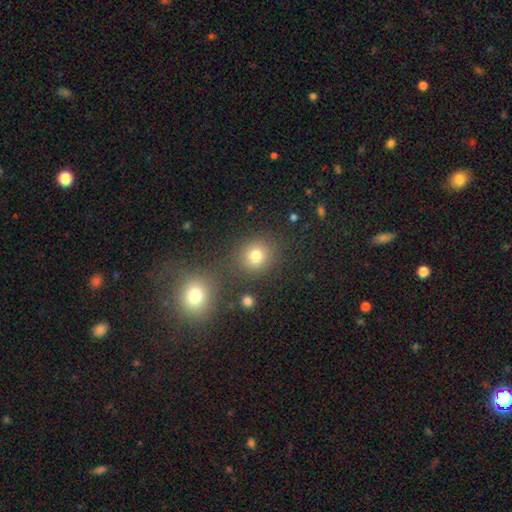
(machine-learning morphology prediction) This is likely a smooth galaxy (77%). How rounded: clearly round (84%). Merging: likely none (79%).